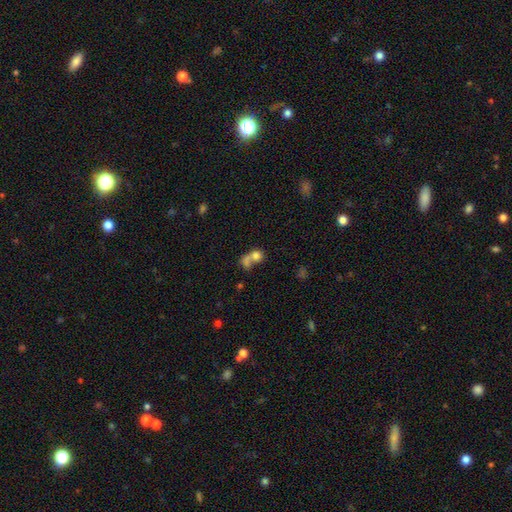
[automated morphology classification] The model was most divided on "merging": merger: 53%, none: 32%, minor disturbance: 8%, major disturbance: 7%. More confident: how rounded — round (64%); smooth or featured — smooth (59%).